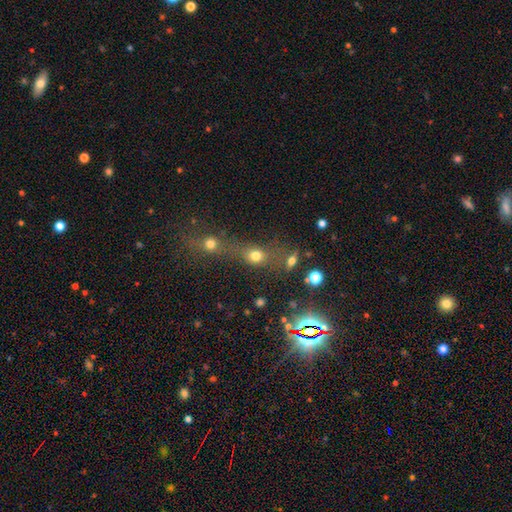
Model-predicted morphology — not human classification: Q: Smooth or featured?
A: smooth (71%); runner-up: star or artifact (19%)
Q: How rounded?
A: round (66%); runner-up: in between (30%)
Q: Merging?
A: none (43%); runner-up: merger (39%)